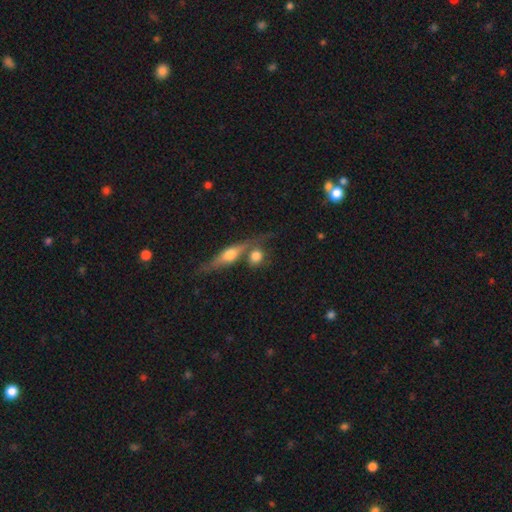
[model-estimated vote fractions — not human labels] A smooth galaxy with no disk features (67%) that is round (68%).

Vote fractions:
- Smooth or featured? smooth: 67% / featured or disk: 24% / star or artifact: 9%
- How rounded? round: 68% / in between: 24% / cigar-shaped: 9%
- Merging? none: 51% / merger: 31% / minor disturbance: 12% / major disturbance: 6%